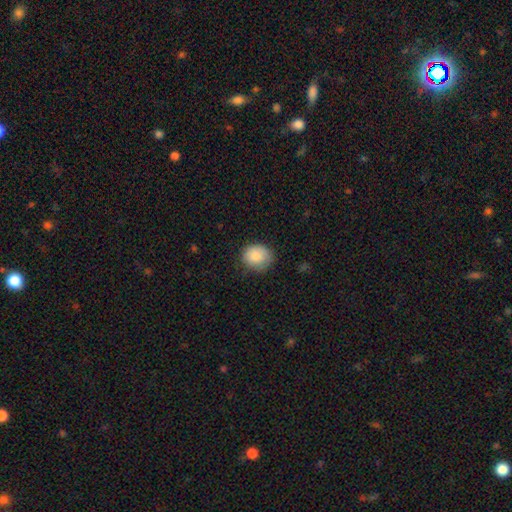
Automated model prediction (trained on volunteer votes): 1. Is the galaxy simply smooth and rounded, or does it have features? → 85% smooth, 8% star or artifact, 7% featured or disk.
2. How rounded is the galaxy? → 65% round, 34% in between, 1% cigar-shaped.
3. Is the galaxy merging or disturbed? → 73% none, 21% minor disturbance, 5% major disturbance, 1% merger.